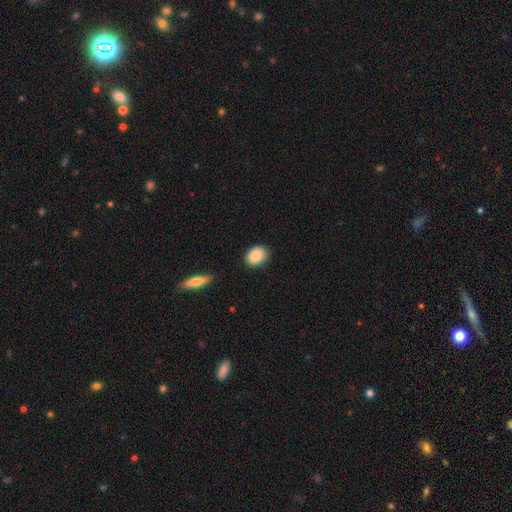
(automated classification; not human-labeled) Smooth or featured? Predicted: smooth (p=0.88). How rounded? Predicted: in between (p=0.61). Merging? Predicted: none (p=0.85).